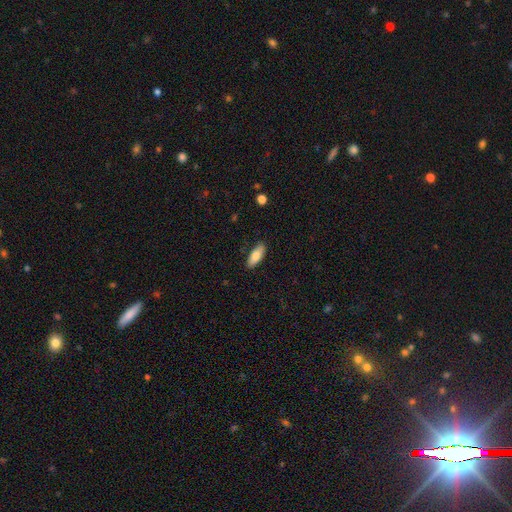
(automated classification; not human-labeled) smooth 77%, featured or disk 17%, star or artifact 6%. Down the decision tree: how rounded — in between (68%); merging — none (87%).